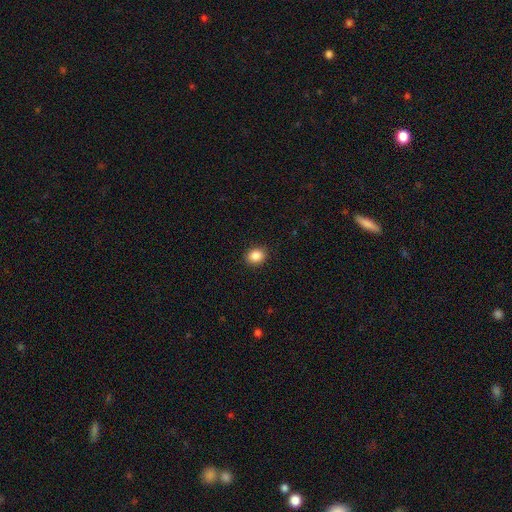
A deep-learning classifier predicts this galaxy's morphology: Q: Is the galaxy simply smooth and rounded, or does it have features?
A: smooth — 87%.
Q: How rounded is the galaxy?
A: round — 57%.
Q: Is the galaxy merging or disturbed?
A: none — 91%.